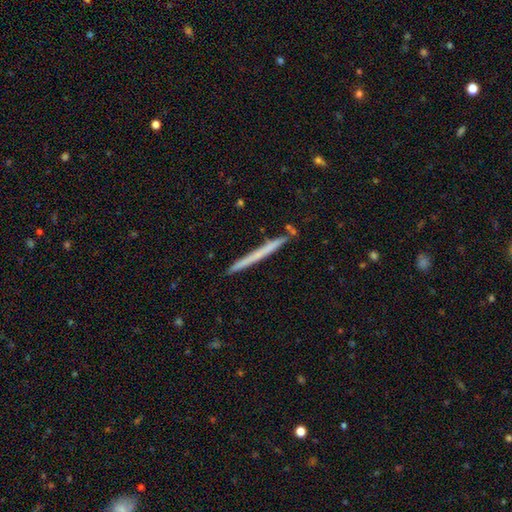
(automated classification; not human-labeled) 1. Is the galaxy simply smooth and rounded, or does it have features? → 50% smooth, 44% featured or disk, 6% star or artifact.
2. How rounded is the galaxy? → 97% cigar-shaped, 1% in between, 1% round.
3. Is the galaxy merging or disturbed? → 90% none, 7% minor disturbance, 2% merger, 1% major disturbance.